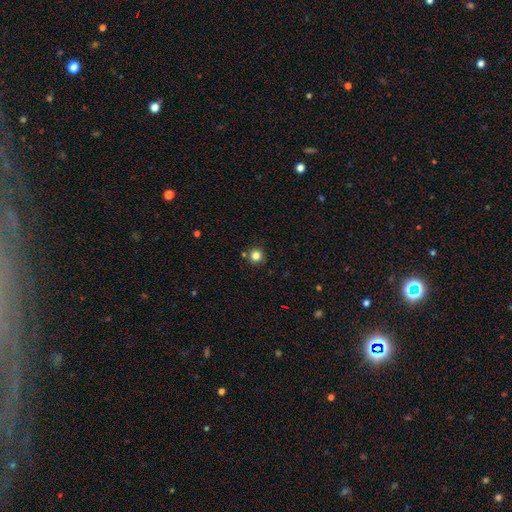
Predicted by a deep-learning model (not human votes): Q: Smooth or featured?
A: smooth (82%); runner-up: star or artifact (13%)
Q: How rounded?
A: round (95%); runner-up: in between (4%)
Q: Merging?
A: none (87%); runner-up: minor disturbance (6%)